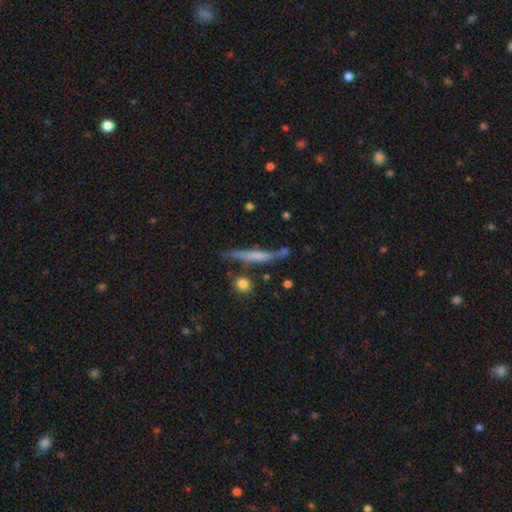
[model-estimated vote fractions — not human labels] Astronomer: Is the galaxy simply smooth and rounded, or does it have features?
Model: featured or disk — 51% (runner-up: smooth, 42%).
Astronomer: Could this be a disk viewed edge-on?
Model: yes — 90%.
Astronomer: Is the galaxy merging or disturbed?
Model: none — 66%.